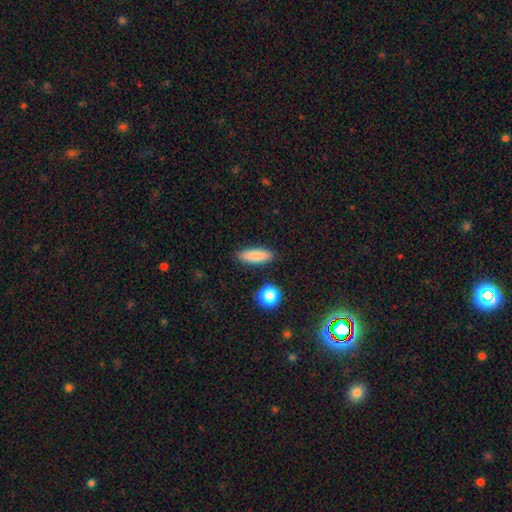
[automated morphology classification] A smooth galaxy with no disk features (86%) that is in between round and cigar-shaped (59%). Merging: none (87%).